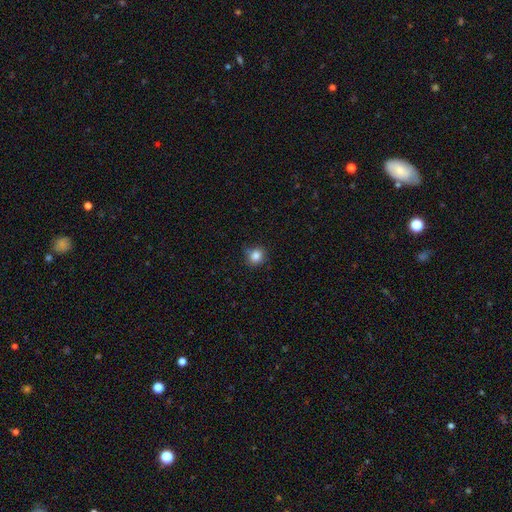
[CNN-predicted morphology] Q: Smooth or featured?
A: smooth (84%); runner-up: star or artifact (11%)
Q: How rounded?
A: round (78%); runner-up: in between (21%)
Q: Merging?
A: none (79%); runner-up: minor disturbance (16%)